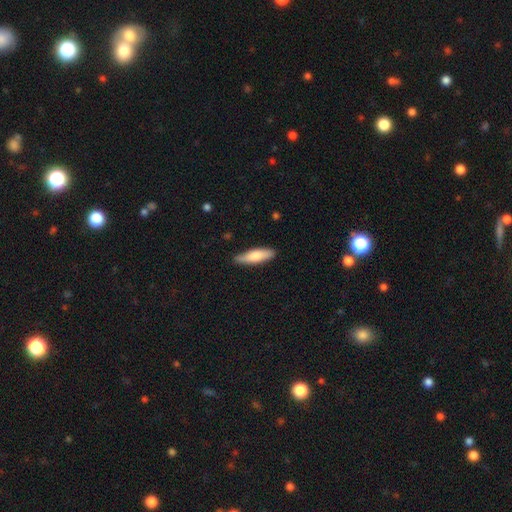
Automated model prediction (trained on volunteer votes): Smooth or featured? smooth (73%)
How rounded? cigar-shaped (62%)
Merging? none (83%)